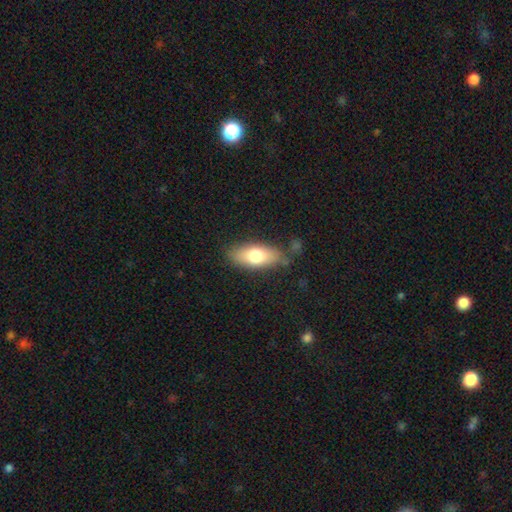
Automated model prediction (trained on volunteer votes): Q: Smooth or featured?
A: smooth (74%); runner-up: featured or disk (20%)
Q: How rounded?
A: in between (80%); runner-up: cigar-shaped (16%)
Q: Merging?
A: none (77%); runner-up: minor disturbance (16%)